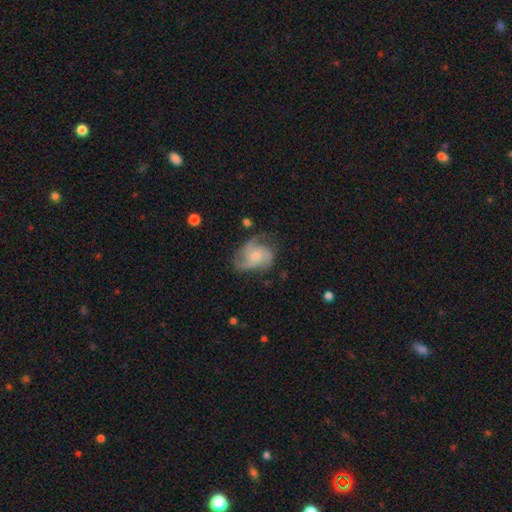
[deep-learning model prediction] Morphology: type=featured or disk (72%); edge-on=no (98%); bar=no (71%); spiral arms=yes (91%); winding=medium (49%); arm count=3 (48%); bulge=small (54%); merging=none (54%).